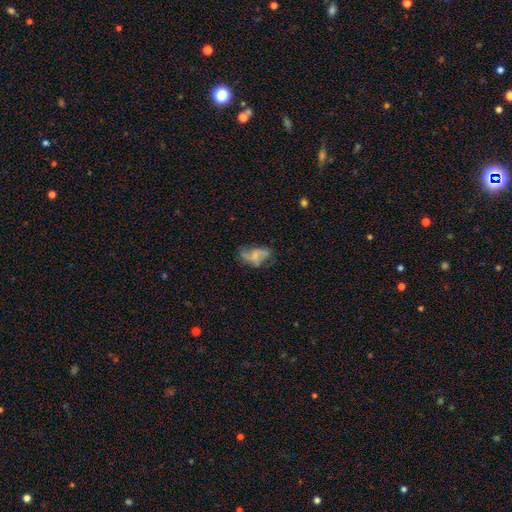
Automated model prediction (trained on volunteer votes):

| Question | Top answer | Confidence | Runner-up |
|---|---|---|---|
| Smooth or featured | featured or disk | 54% | smooth (35%) |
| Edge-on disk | no | 97% | yes (3%) |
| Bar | no | 62% | weak (30%) |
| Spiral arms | yes | 69% | no (31%) |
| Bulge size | none | 46% | small (33%) |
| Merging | none | 44% | major disturbance (27%) |